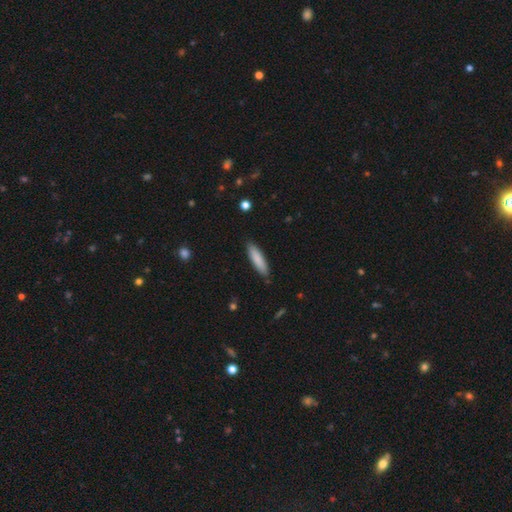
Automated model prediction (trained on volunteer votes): A smooth galaxy with no disk features (85%) that is cigar-shaped (77%).

Vote fractions:
- Smooth or featured? smooth: 85% / featured or disk: 9% / star or artifact: 6%
- How rounded? cigar-shaped: 77% / in between: 22% / round: 1%
- Merging? none: 89% / minor disturbance: 9% / major disturbance: 2% / merger: 1%